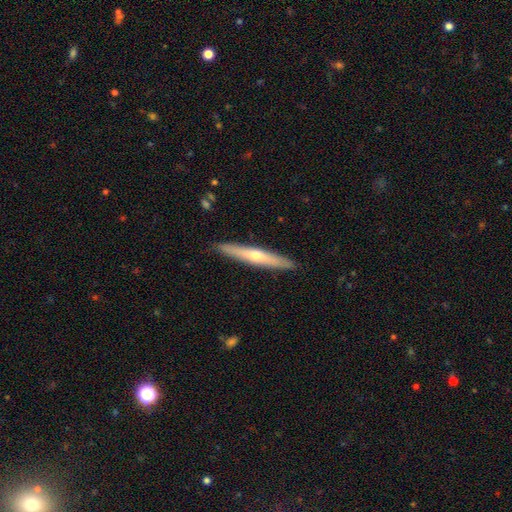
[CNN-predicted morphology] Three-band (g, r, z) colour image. It shows a featured or disk galaxy (57%) viewed edge-on (94%) with a rounded central bulge (81%). Merging: none (91%).